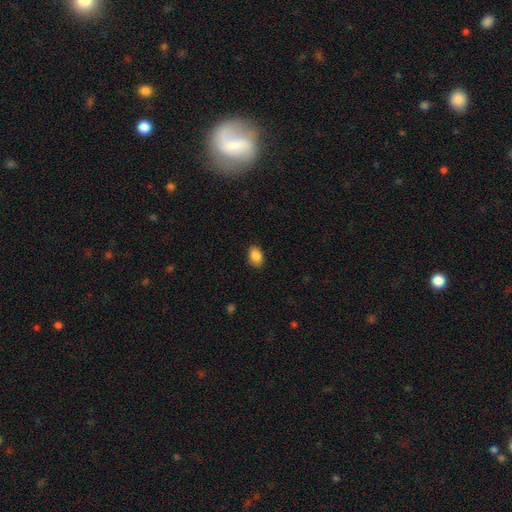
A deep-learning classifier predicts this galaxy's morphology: A smooth galaxy with no disk features (87%) that is in between round and cigar-shaped (86%). Merging: none (88%).